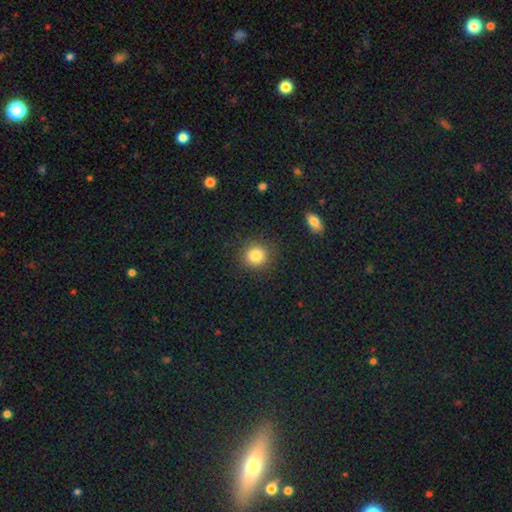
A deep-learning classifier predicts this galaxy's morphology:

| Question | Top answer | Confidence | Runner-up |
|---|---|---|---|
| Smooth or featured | smooth | 83% | star or artifact (11%) |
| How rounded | round | 90% | in between (9%) |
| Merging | none | 89% | minor disturbance (7%) |